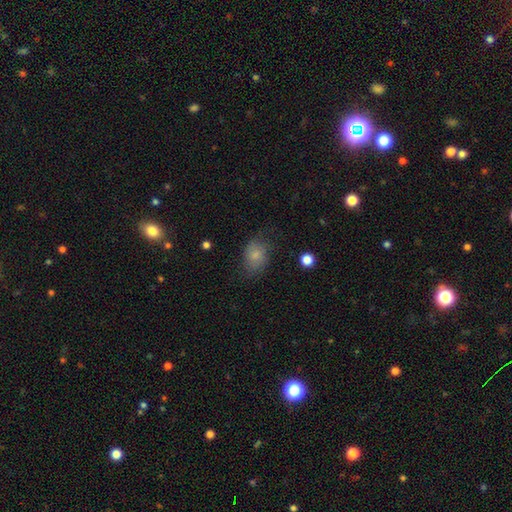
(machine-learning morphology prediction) A smooth galaxy with no disk features (78%) that is in between round and cigar-shaped (71%).

Vote fractions:
- Smooth or featured? smooth: 78% / featured or disk: 12% / star or artifact: 10%
- How rounded? in between: 71% / round: 28% / cigar-shaped: 1%
- Merging? none: 63% / minor disturbance: 25% / major disturbance: 11% / merger: 2%